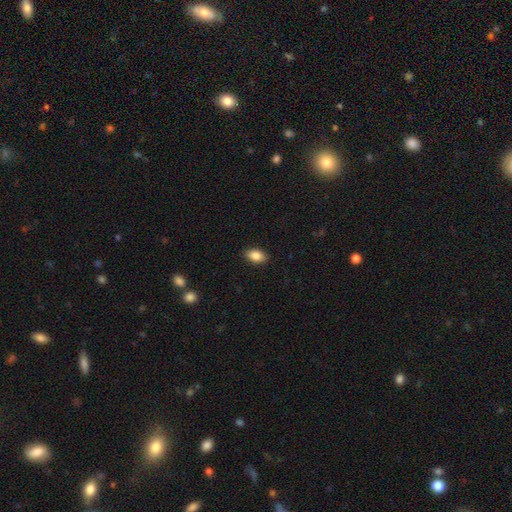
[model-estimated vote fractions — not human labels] Overall: smooth (87%). How rounded: in between (91%). Merging: none (89%).